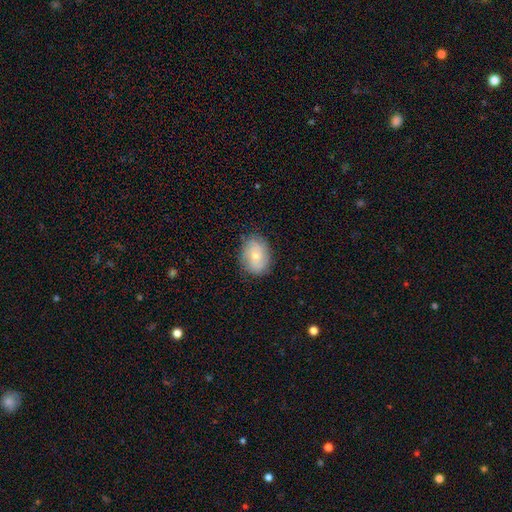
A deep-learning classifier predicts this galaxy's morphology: type=smooth (56%); roundness=in between (71%); merging=none (80%).